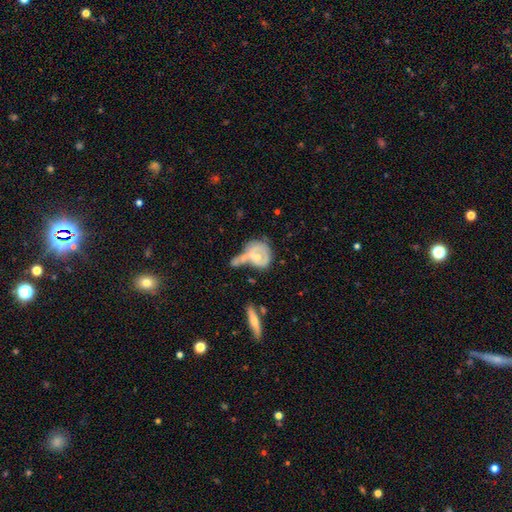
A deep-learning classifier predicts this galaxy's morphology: smooth-or-featured: featured or disk: 51% | smooth: 42% | star or artifact: 7%
  disk-edge-on: no: 93% | yes: 7%
  merging: merger: 38% | major disturbance: 22% | none: 22% | minor disturbance: 17%